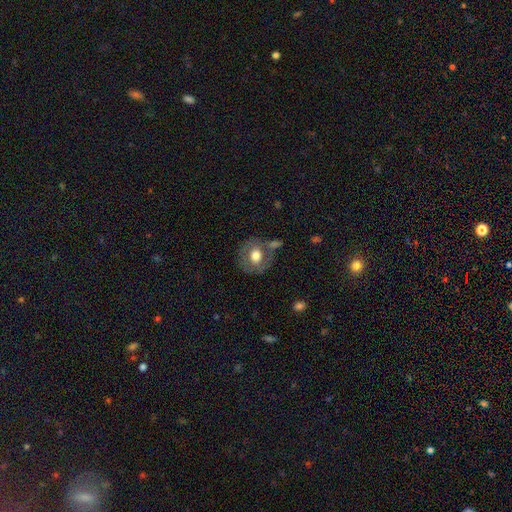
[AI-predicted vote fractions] Smooth or featured: smooth — 59% (featured or disk — 33%)
How rounded: round — 77% (in between — 22%)
Merging: none — 64% (minor disturbance — 17%)